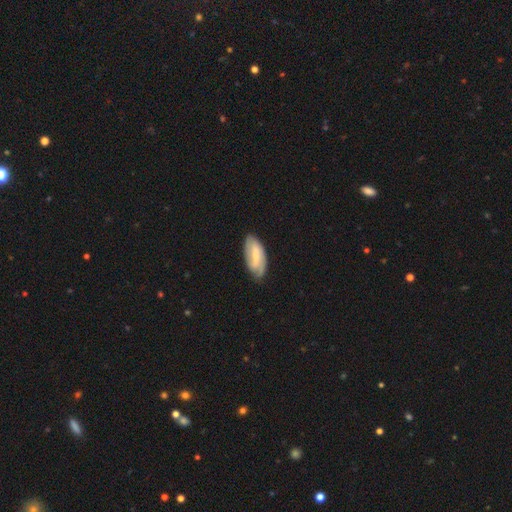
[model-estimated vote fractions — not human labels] The model was most divided on "smooth or featured": featured or disk: 53%, smooth: 41%, star or artifact: 6%. More confident: edge-on disk — no (92%); merging — none (73%).